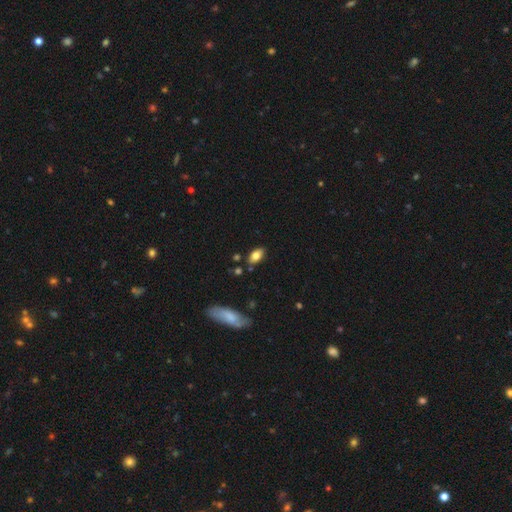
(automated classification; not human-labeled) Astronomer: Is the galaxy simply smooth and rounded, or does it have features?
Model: smooth — 77%.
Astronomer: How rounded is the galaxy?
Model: in between — 90%.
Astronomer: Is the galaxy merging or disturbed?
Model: none — 81%.